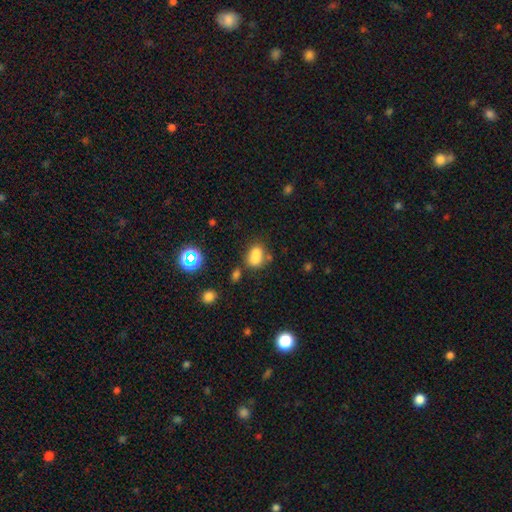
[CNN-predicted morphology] Overall: smooth (72%). How rounded: in between (62%; round 36%). Merging: merger (40%, tied with none).